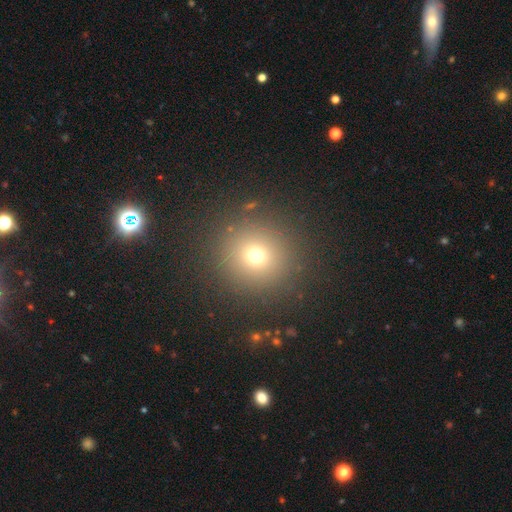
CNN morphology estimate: Smooth or featured?
  - smooth: 70% *
  - star or artifact: 20%
  - featured or disk: 10%
How rounded?
  - round: 94% *
  - in between: 5%
  - cigar-shaped: 1%
Merging?
  - none: 89% *
  - minor disturbance: 6%
  - major disturbance: 3%
  - merger: 2%